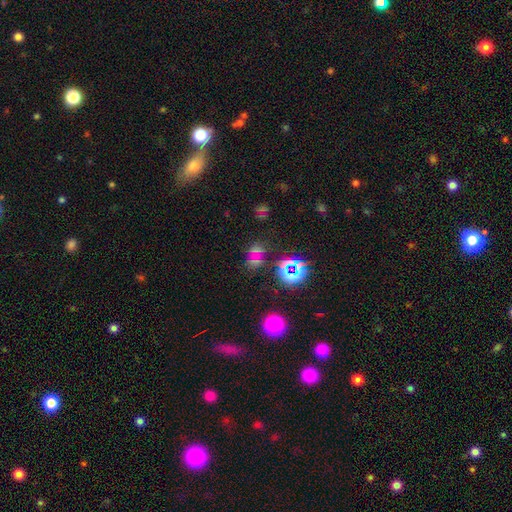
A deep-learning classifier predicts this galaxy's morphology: A star or artifact, not a galaxy (58%).